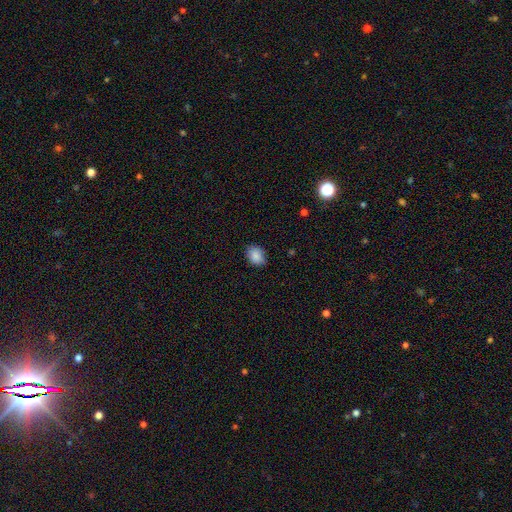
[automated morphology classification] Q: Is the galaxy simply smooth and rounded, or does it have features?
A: smooth — 88%.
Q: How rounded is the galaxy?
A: in between — 64%.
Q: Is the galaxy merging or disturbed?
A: none — 83%.